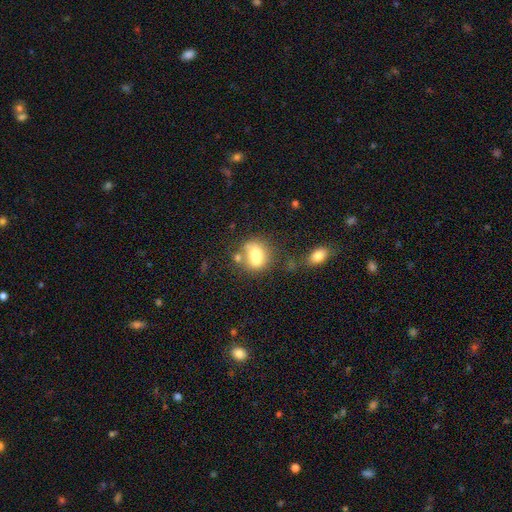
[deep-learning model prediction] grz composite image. It shows a smooth galaxy with no disk features (68%) that is round (50%). Merging: none (36%).